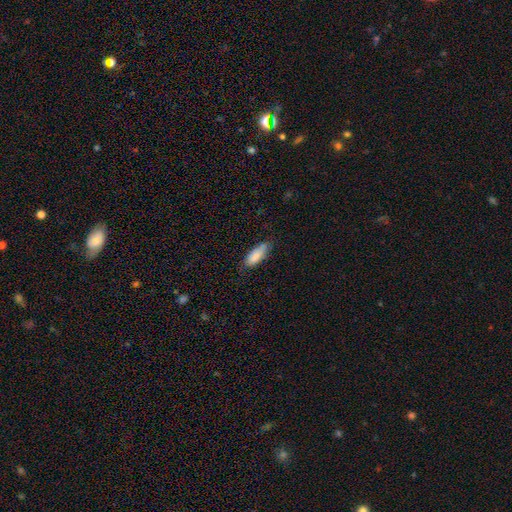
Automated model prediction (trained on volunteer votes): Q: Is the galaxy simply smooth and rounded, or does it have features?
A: smooth — 86%.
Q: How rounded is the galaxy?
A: in between — 68%.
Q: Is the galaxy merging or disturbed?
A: none — 69%.